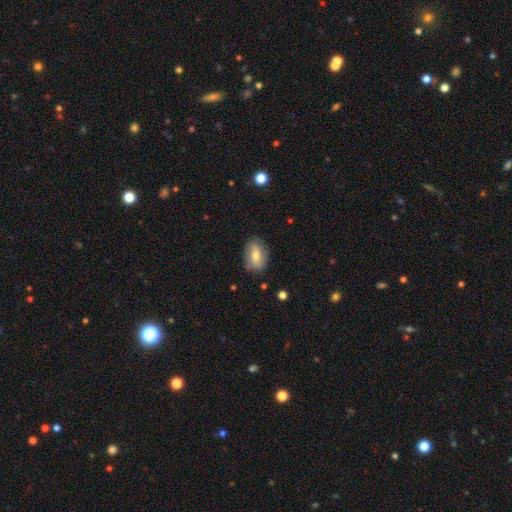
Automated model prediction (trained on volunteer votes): Morphology: type=smooth (57%); roundness=in between (83%); merging=none (79%).